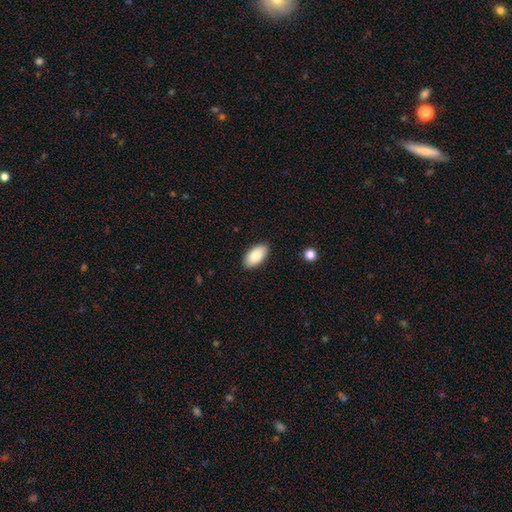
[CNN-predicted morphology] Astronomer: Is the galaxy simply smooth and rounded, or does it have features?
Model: smooth — 85%.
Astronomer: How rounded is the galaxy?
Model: in between — 95%.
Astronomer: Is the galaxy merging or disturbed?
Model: none — 88%.